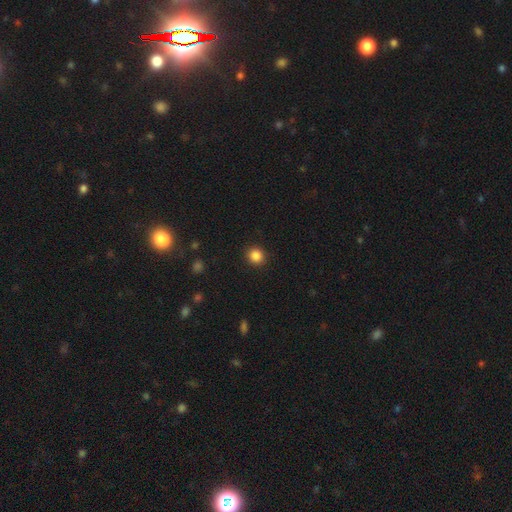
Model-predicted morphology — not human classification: Smooth or featured?
  - smooth: 86% *
  - star or artifact: 10%
  - featured or disk: 3%
How rounded?
  - round: 88% *
  - in between: 11%
  - cigar-shaped: 1%
Merging?
  - none: 91% *
  - minor disturbance: 6%
  - major disturbance: 2%
  - merger: 1%